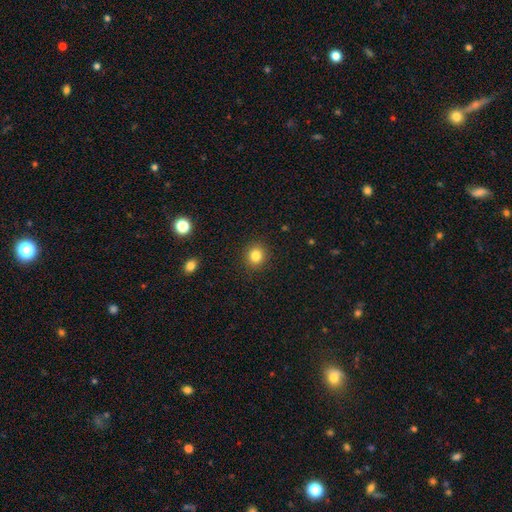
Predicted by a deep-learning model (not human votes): Overall: smooth (83%). How rounded: round (86%). Merging: none (90%).